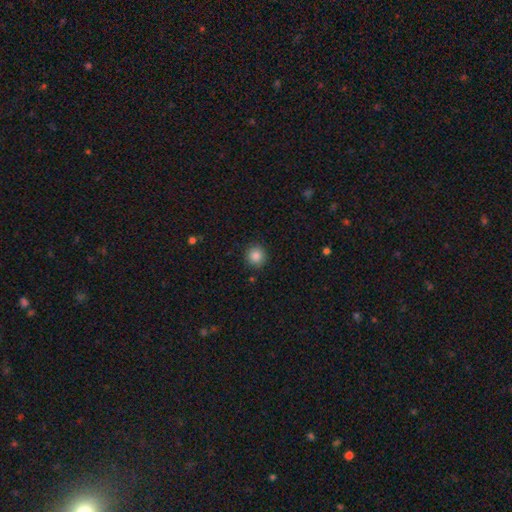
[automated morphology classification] smooth-or-featured: smooth: 86% | star or artifact: 10% | featured or disk: 5%
  how-rounded: round: 94% | in between: 5% | cigar-shaped: 1%
  merging: none: 91% | minor disturbance: 6% | major disturbance: 2% | merger: 1%